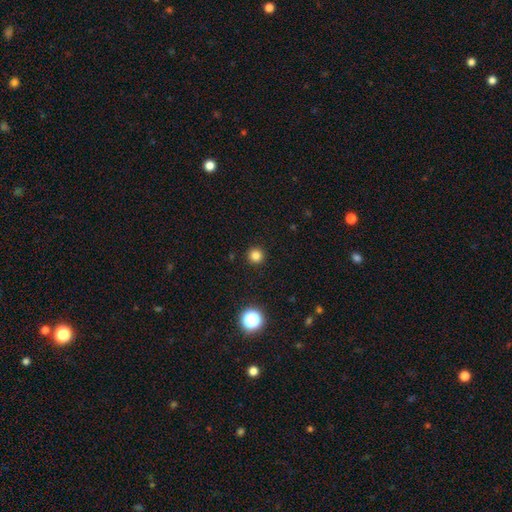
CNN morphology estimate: This appears to be a smooth galaxy with no disk features (82%) that is round (96%). Merging: none (93%).